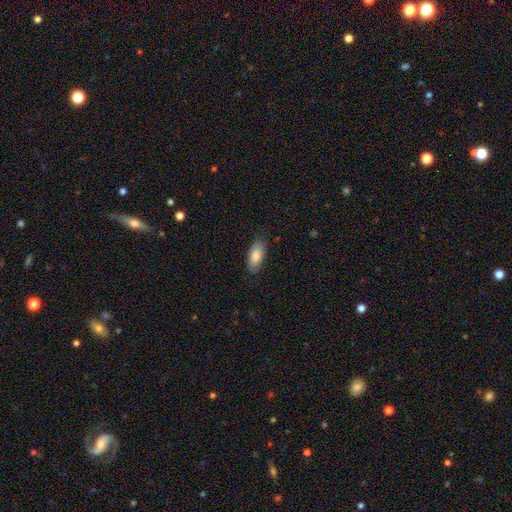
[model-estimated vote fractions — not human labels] Overall: smooth (84%). How rounded: in between (88%). Merging: none (83%).